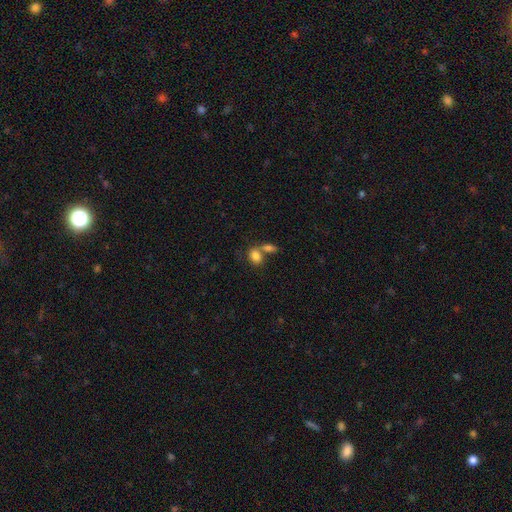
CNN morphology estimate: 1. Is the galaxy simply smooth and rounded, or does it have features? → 81% smooth, 9% star or artifact, 9% featured or disk.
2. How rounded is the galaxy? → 75% in between, 23% round, 2% cigar-shaped.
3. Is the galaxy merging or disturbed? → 51% merger, 35% none, 10% minor disturbance, 5% major disturbance.